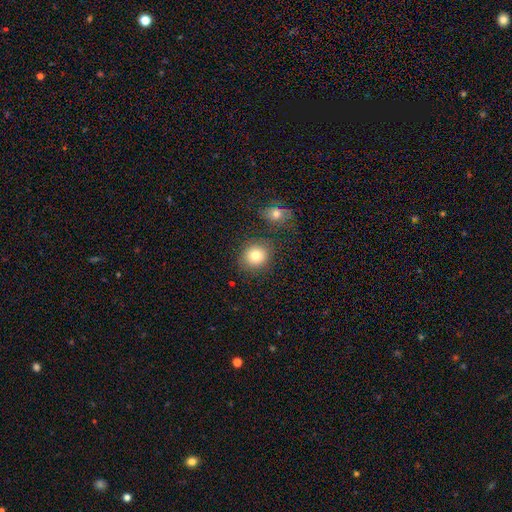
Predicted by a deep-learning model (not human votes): Smooth or featured? smooth (82%)
How rounded? round (78%)
Merging? none (80%)